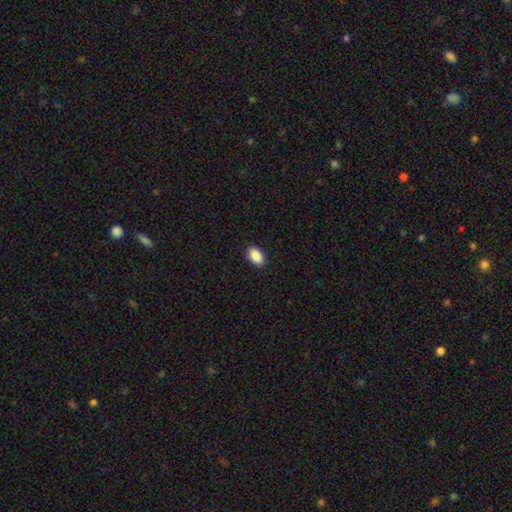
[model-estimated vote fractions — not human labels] Morphology: type=smooth (89%); roundness=in between (92%); merging=none (90%).